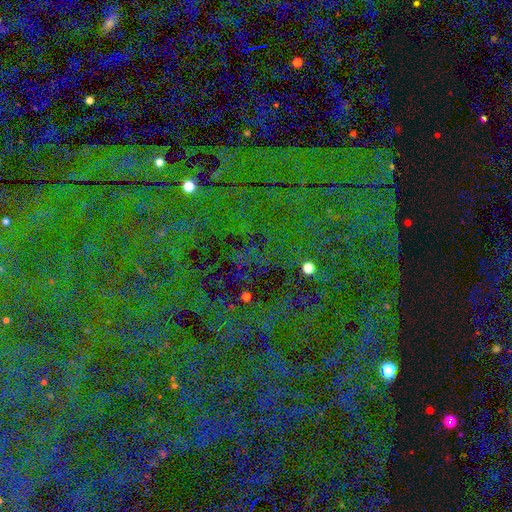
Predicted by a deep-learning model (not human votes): Smooth or featured? star or artifact (76%)